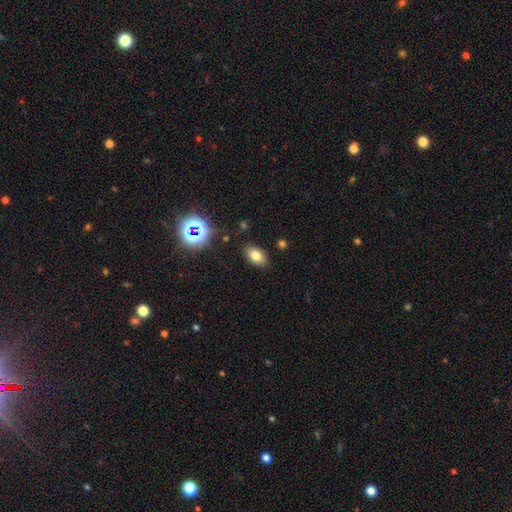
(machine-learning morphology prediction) A smooth galaxy with no disk features (75%) that is in between round and cigar-shaped (89%).

Vote fractions:
- Smooth or featured? smooth: 75% / star or artifact: 14% / featured or disk: 11%
- How rounded? in between: 89% / round: 9% / cigar-shaped: 2%
- Merging? none: 86% / minor disturbance: 9% / major disturbance: 3% / merger: 2%